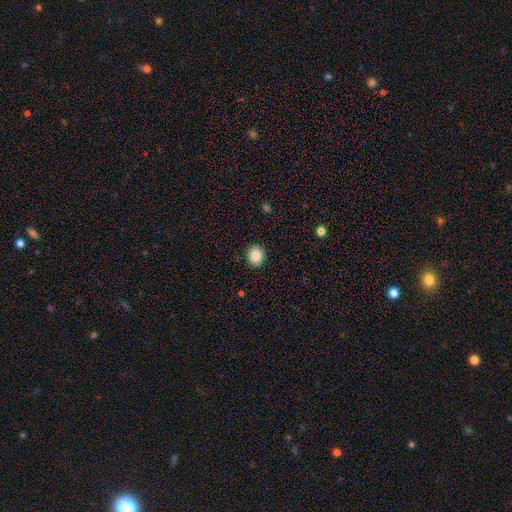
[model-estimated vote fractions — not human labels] A smooth galaxy with no disk features (86%) that is round (61%).

Vote fractions:
- Smooth or featured? smooth: 86% / star or artifact: 9% / featured or disk: 5%
- How rounded? round: 61% / in between: 39% / cigar-shaped: 1%
- Merging? none: 90% / minor disturbance: 7% / major disturbance: 2% / merger: 1%